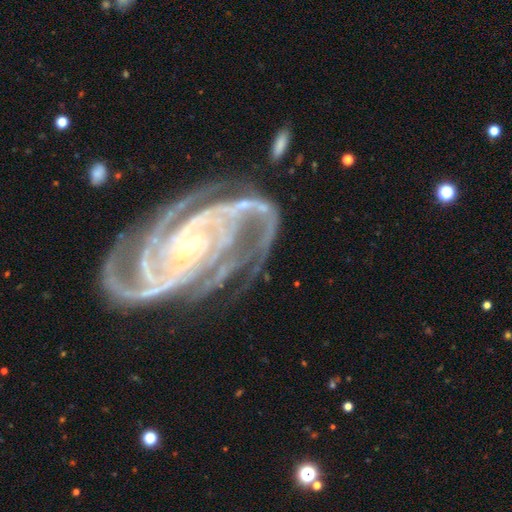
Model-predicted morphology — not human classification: Q: Smooth or featured?
A: featured or disk (93%); runner-up: star or artifact (5%)
Q: Edge-on disk?
A: no (98%); runner-up: yes (2%)
Q: Bar?
A: no (55%); runner-up: weak (25%)
Q: Spiral arms?
A: yes (99%); runner-up: no (1%)
Q: Spiral winding?
A: tight (64%); runner-up: medium (31%)
Q: Spiral arm count?
A: 3 (30%); runner-up: 4 (24%)
Q: Bulge size?
A: small (83%); runner-up: moderate (14%)
Q: Merging?
A: none (68%); runner-up: minor disturbance (19%)